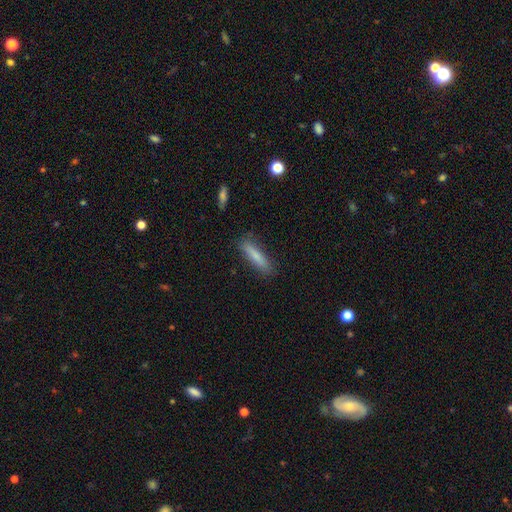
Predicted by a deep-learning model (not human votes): A smooth galaxy with no disk features (79%) that is cigar-shaped (81%). Merging: none (83%).